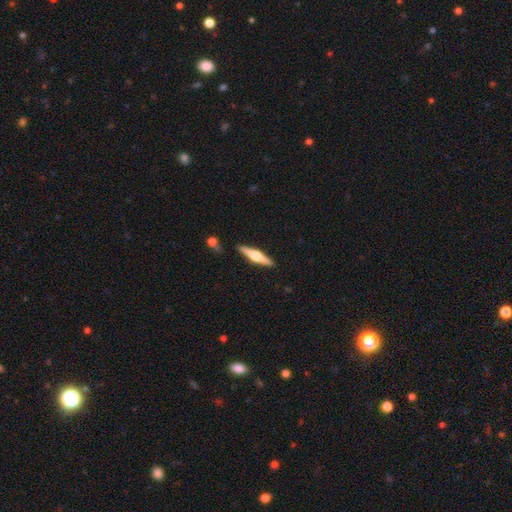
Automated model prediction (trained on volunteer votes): Smooth or featured?
  - featured or disk: 63% *
  - smooth: 32%
  - star or artifact: 5%
Edge-on disk?
  - yes: 97% *
  - no: 3%
Edge-on bulge?
  - rounded: 92% *
  - boxy: 5%
  - none: 3%
Merging?
  - none: 87% *
  - minor disturbance: 8%
  - merger: 3%
  - major disturbance: 2%